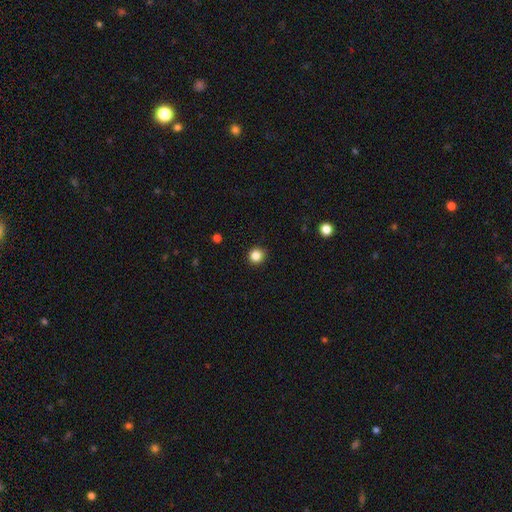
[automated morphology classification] A smooth galaxy with no disk features (85%) that is round (91%). Merging: none (89%).